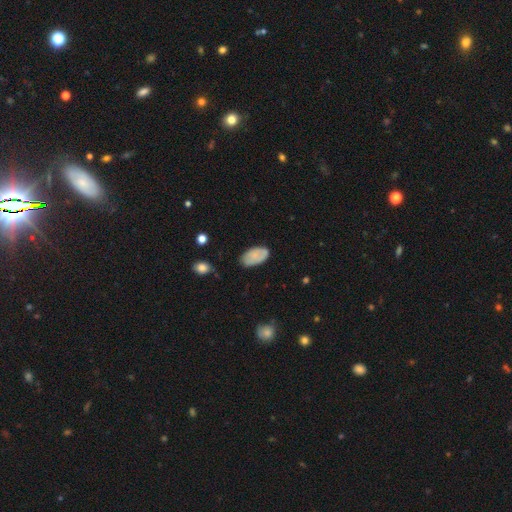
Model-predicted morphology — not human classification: smooth_or_featured: smooth (p=0.77) [alt: featured or disk p=0.15]
how_rounded: in between (p=0.94) [alt: round p=0.04]
merging: none (p=0.71) [alt: minor disturbance p=0.22]